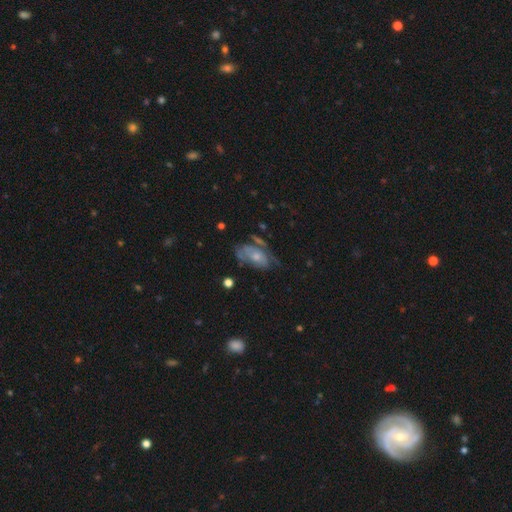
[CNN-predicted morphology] Q: Smooth or featured?
A: featured or disk (53%); runner-up: smooth (39%)
Q: Edge-on disk?
A: no (92%); runner-up: yes (8%)
Q: Merging?
A: none (40%); runner-up: minor disturbance (28%)